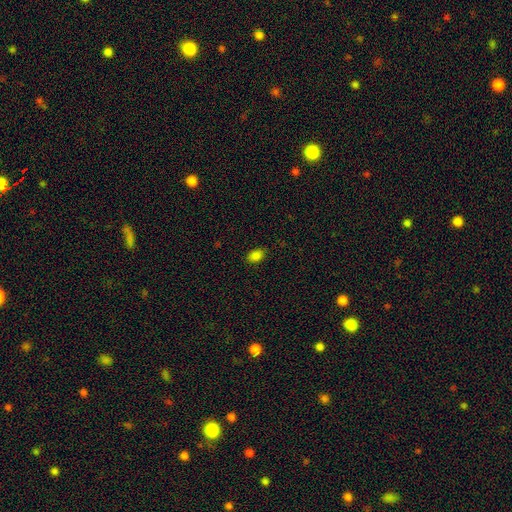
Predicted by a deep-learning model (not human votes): Overall: smooth (83%). How rounded: in between (83%). Merging: none (84%).